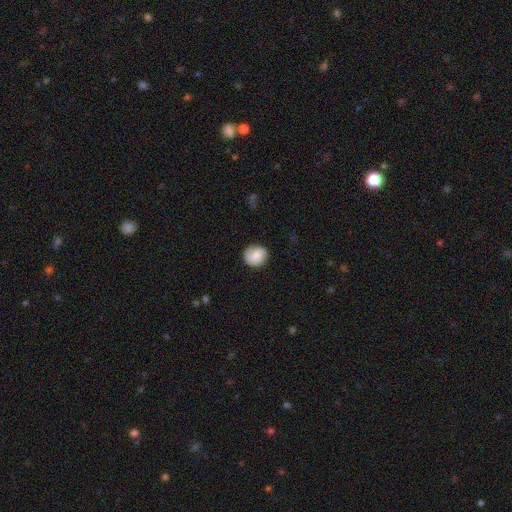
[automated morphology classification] A smooth galaxy with no disk features (69%) that is round (78%).

Vote fractions:
- Smooth or featured? smooth: 69% / featured or disk: 23% / star or artifact: 8%
- How rounded? round: 78% / in between: 21% / cigar-shaped: 1%
- Merging? none: 79% / minor disturbance: 16% / major disturbance: 4% / merger: 1%